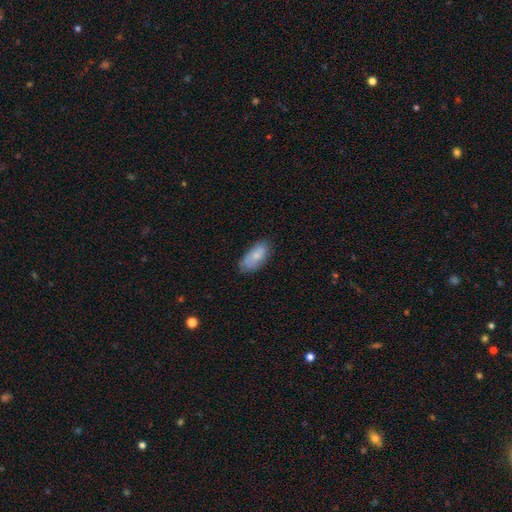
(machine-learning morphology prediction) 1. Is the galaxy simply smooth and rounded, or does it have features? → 77% smooth, 16% featured or disk, 7% star or artifact.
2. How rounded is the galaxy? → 91% in between, 6% cigar-shaped, 3% round.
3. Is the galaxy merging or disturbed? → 68% none, 25% minor disturbance, 5% major disturbance, 2% merger.